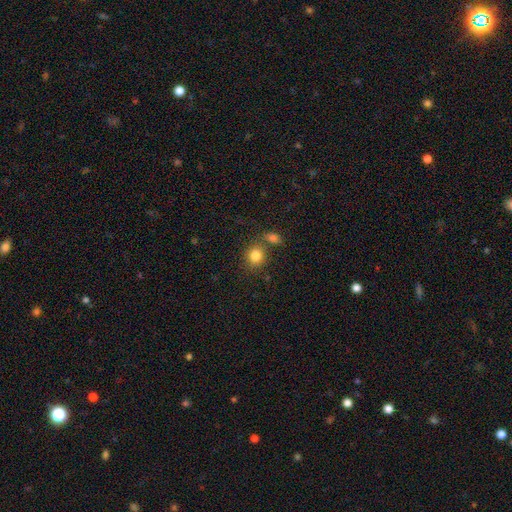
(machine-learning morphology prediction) smooth-or-featured: smooth: 83% | star or artifact: 10% | featured or disk: 7%
  how-rounded: round: 77% | in between: 22% | cigar-shaped: 1%
  merging: none: 63% | merger: 22% | minor disturbance: 11% | major disturbance: 4%